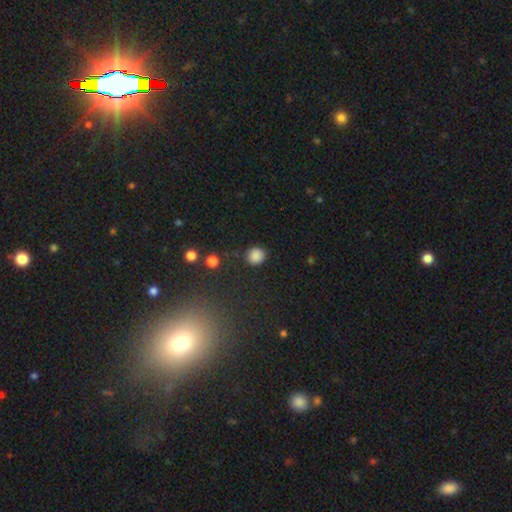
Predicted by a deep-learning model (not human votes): A smooth galaxy with no disk features (85%) that is round (79%). Merging: none (82%).